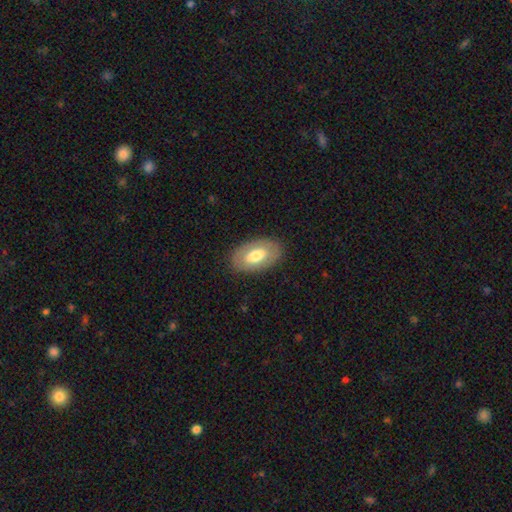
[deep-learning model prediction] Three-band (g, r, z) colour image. It shows a smooth galaxy with no disk features (60%) that is in between round and cigar-shaped (93%). Merging: none (85%).